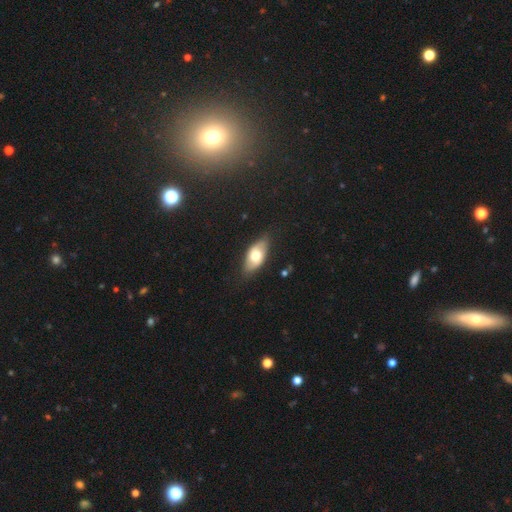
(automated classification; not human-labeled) Smooth or featured: smooth — 63% (featured or disk — 31%)
How rounded: in between — 90% (cigar-shaped — 6%)
Merging: none — 78% (minor disturbance — 17%)